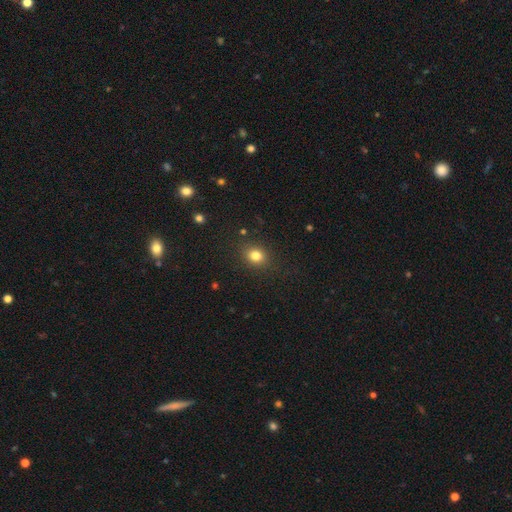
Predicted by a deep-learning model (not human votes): smooth_or_featured: smooth (p=0.81) [alt: star or artifact p=0.12]
how_rounded: round (p=0.63) [alt: in between p=0.36]
merging: none (p=0.88) [alt: minor disturbance p=0.08]